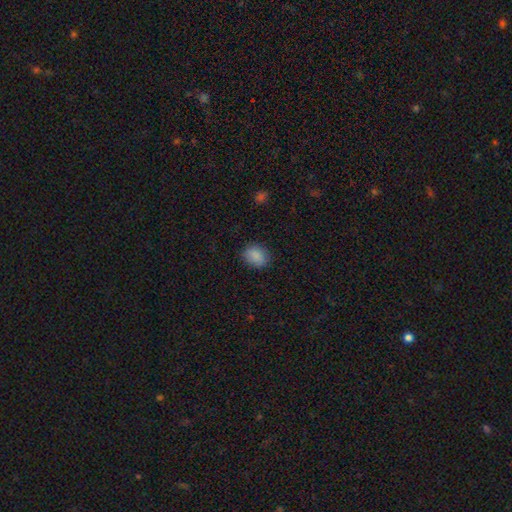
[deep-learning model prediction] This is clearly a smooth galaxy (88%). How rounded: possibly in between (54%). Merging: clearly none (85%).